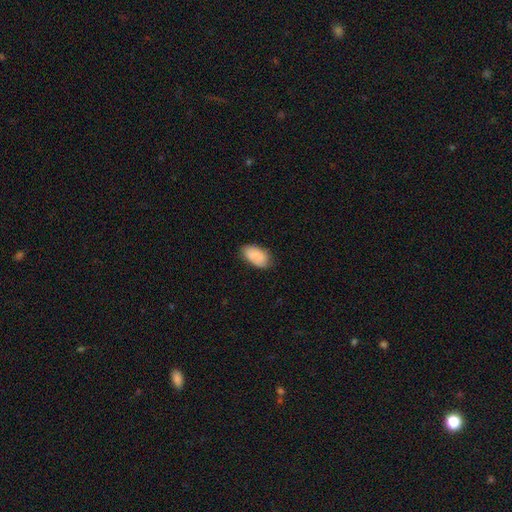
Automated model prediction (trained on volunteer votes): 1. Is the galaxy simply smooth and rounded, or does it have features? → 87% smooth, 7% star or artifact, 6% featured or disk.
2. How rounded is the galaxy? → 94% in between, 4% round, 2% cigar-shaped.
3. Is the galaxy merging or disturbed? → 76% none, 19% minor disturbance, 3% major disturbance, 1% merger.